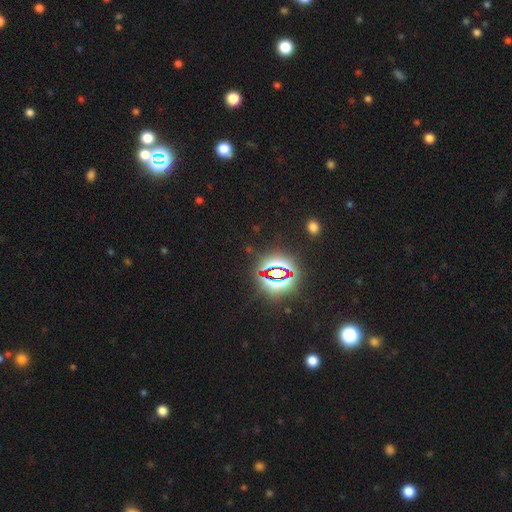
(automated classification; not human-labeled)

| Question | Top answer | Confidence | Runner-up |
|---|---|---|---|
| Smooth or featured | star or artifact | 83% | smooth (11%) |